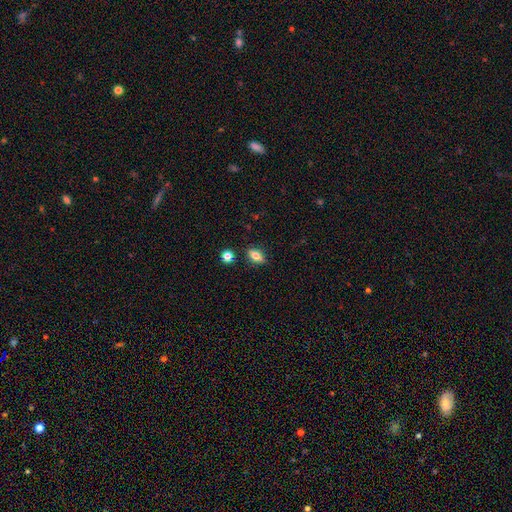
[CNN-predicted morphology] Smooth or featured?
  - smooth: 72% *
  - featured or disk: 19%
  - star or artifact: 9%
How rounded?
  - in between: 78% *
  - cigar-shaped: 11%
  - round: 10%
Merging?
  - none: 84% *
  - minor disturbance: 10%
  - merger: 3%
  - major disturbance: 3%